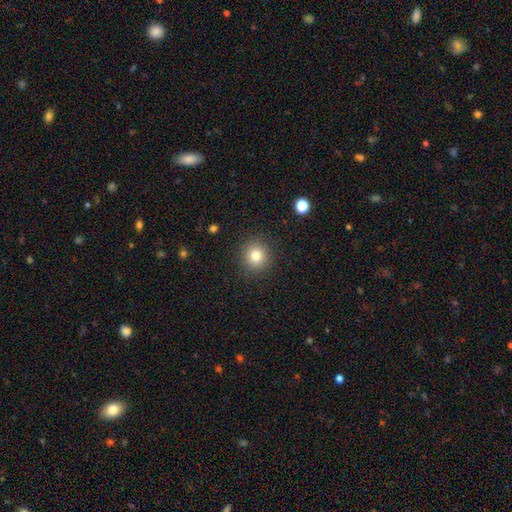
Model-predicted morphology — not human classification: Smooth or featured? smooth (80%)
How rounded? round (92%)
Merging? none (90%)